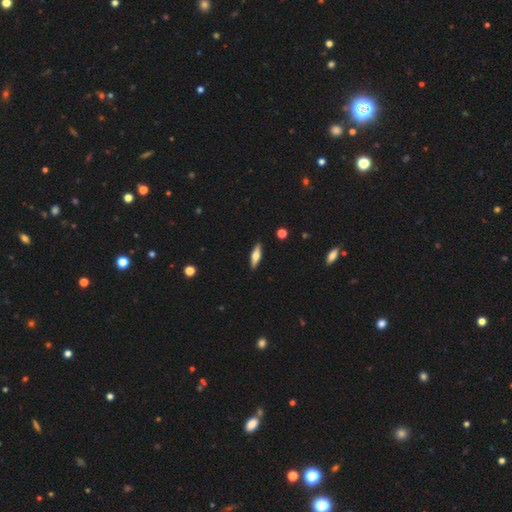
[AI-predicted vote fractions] This is possibly a smooth galaxy (56%). How rounded: possibly cigar-shaped (56%). Merging: clearly none (90%).